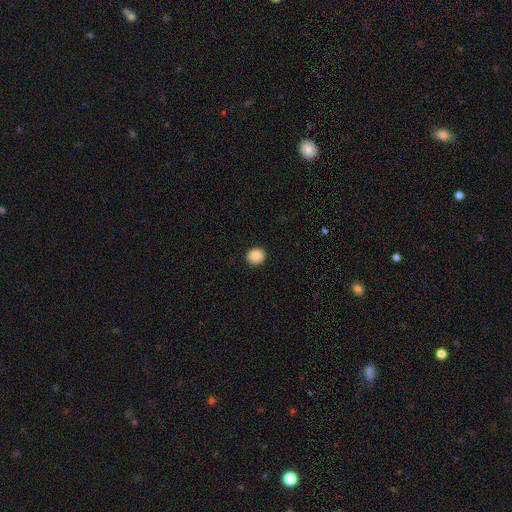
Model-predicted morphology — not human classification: A smooth galaxy with no disk features (89%) that is round (79%). Merging: none (92%).